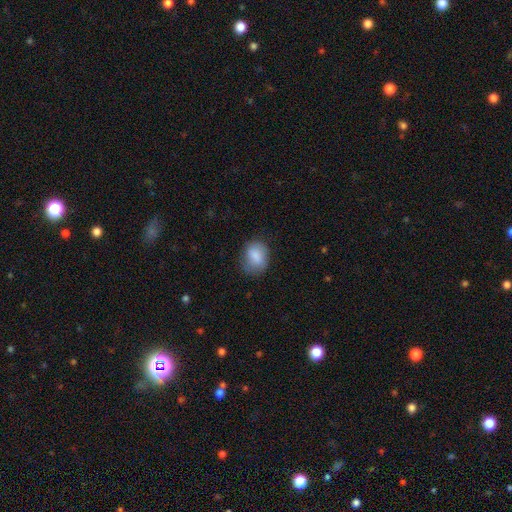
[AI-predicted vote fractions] This is clearly a smooth galaxy (84%). How rounded: likely in between (63%). Merging: likely none (70%).